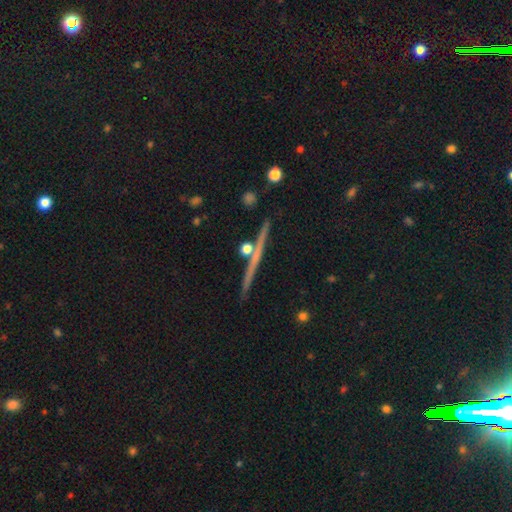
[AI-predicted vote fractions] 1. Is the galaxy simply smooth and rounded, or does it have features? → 73% featured or disk, 18% smooth, 10% star or artifact.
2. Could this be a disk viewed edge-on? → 98% yes, 2% no.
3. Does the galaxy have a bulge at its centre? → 47% none, 46% rounded, 7% boxy.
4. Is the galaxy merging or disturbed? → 88% none, 6% minor disturbance, 3% merger, 2% major disturbance.